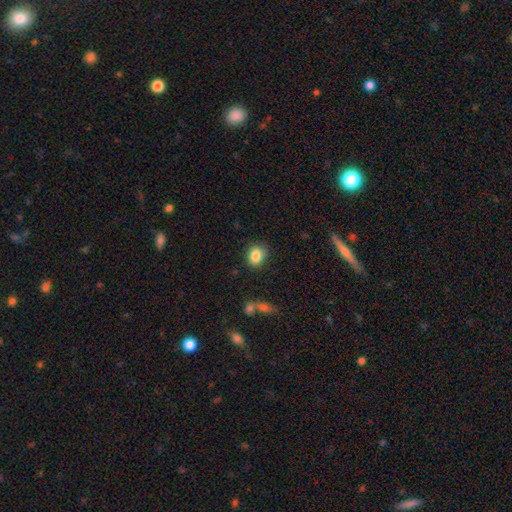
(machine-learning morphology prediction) This is clearly a smooth galaxy (85%). How rounded: possibly in between (54%). Merging: clearly none (82%).